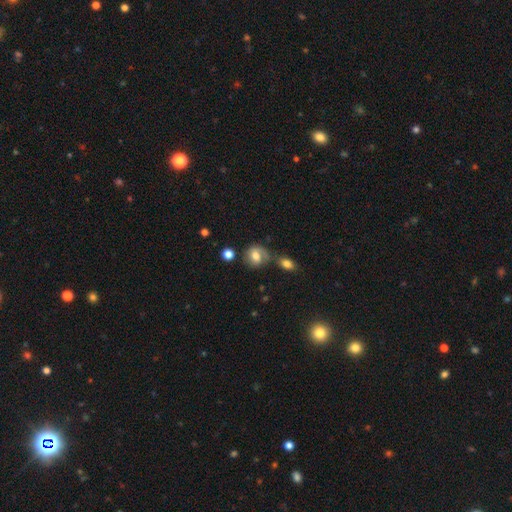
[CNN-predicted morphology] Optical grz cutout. It shows a smooth galaxy with no disk features (62%) that is round (67%). Merging: none (53%).